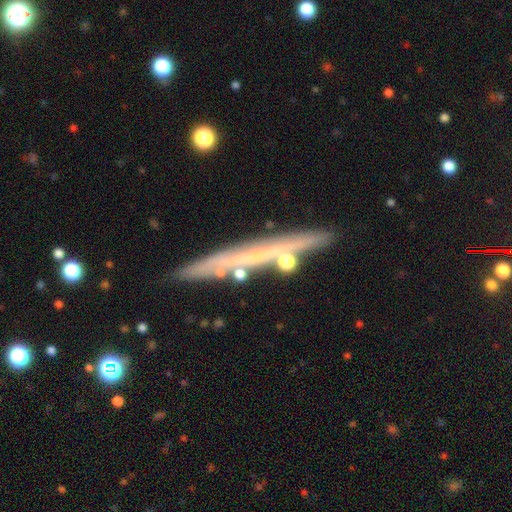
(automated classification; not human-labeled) Overall: featured or disk (62%; smooth 29%). Edge-on disk: yes (92%). Edge-on bulge: none (75%). Merging: none (81%).